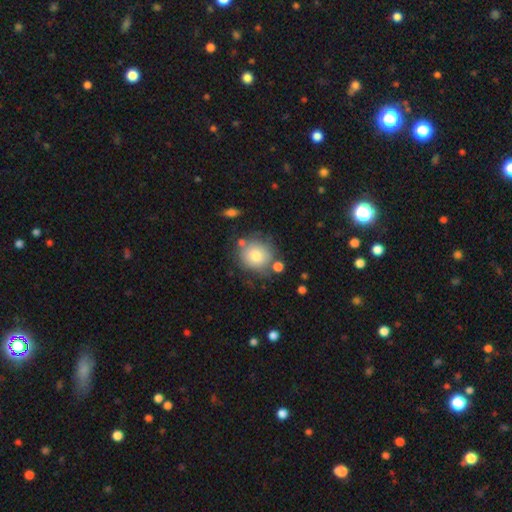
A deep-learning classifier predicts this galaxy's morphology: A smooth galaxy with no disk features (76%) that is round (82%). Merging: none (64%).